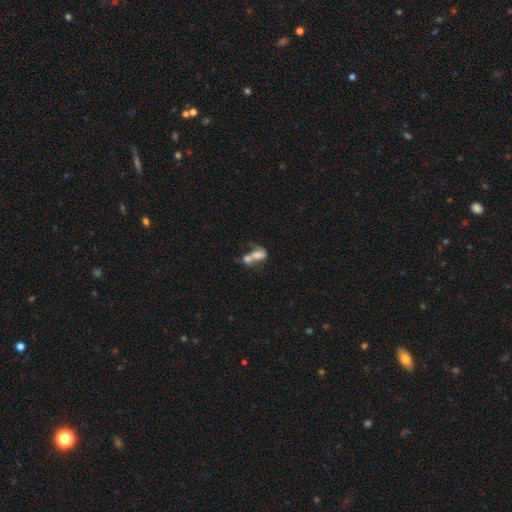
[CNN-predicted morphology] smooth-or-featured: smooth: 51% | featured or disk: 37% | star or artifact: 12%
  how-rounded: in between: 78% | round: 17% | cigar-shaped: 5%
  merging: merger: 67% | major disturbance: 13% | none: 13% | minor disturbance: 7%